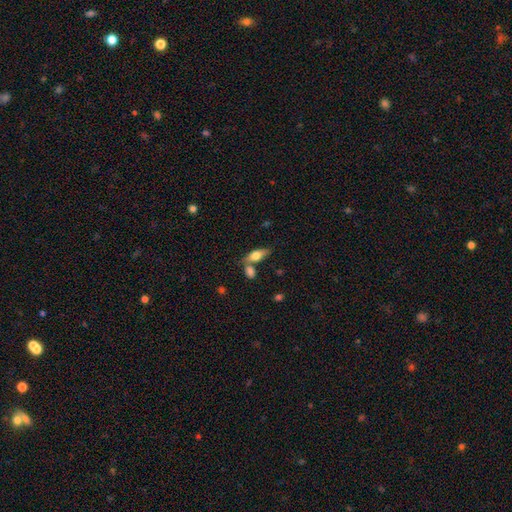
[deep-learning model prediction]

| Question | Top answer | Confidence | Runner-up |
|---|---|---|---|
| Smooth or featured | smooth | 63% | featured or disk (30%) |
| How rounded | in between | 68% | cigar-shaped (28%) |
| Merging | none | 59% | merger (24%) |